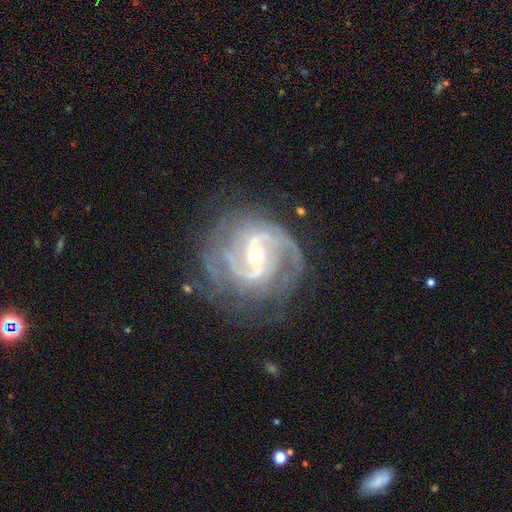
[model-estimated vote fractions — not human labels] Smooth or featured: featured or disk — 91% (star or artifact — 5%)
Edge-on disk: no — 98% (yes — 2%)
Bar: weak — 46% (strong — 31%)
Spiral arms: yes — 98% (no — 2%)
Spiral winding: medium — 52% (tight — 33%)
Spiral arm count: 2 — 72% (3 — 10%)
Bulge size: small — 56% (moderate — 40%)
Merging: none — 69% (minor disturbance — 18%)